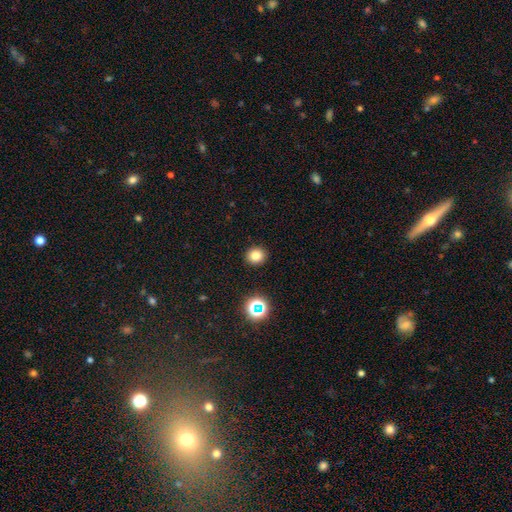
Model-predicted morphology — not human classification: Overall: smooth (78%). How rounded: round (86%). Merging: none (92%).